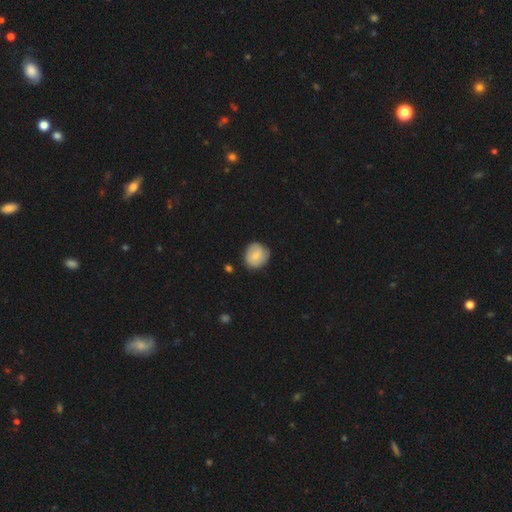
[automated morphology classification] type=smooth (74%); roundness=round (86%); merging=none (80%).